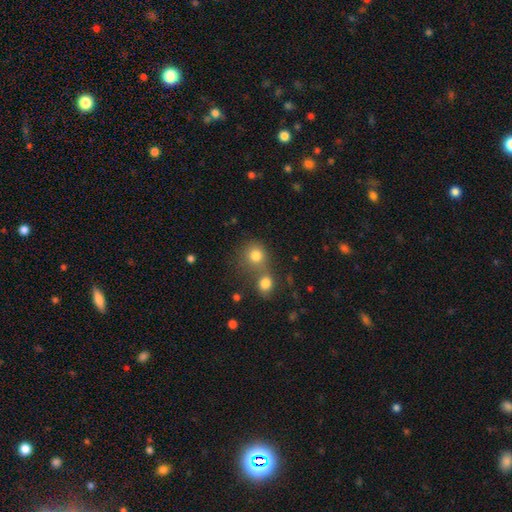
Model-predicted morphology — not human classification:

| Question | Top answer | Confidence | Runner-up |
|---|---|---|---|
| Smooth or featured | smooth | 80% | star or artifact (12%) |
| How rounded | round | 86% | in between (13%) |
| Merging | none | 48% | merger (40%) |